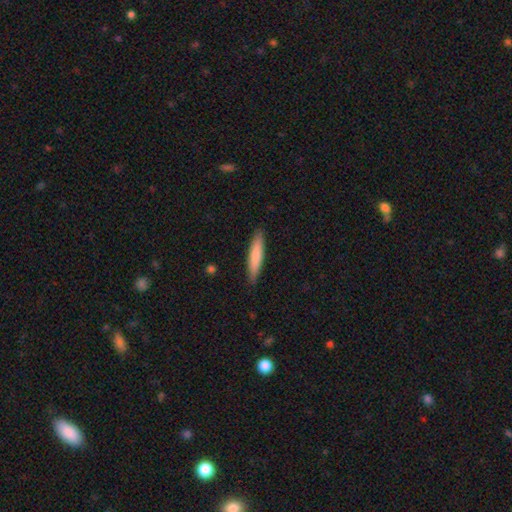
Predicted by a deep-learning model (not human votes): This appears to be a smooth galaxy with no disk features (74%) that is cigar-shaped (87%). Merging: none (88%).